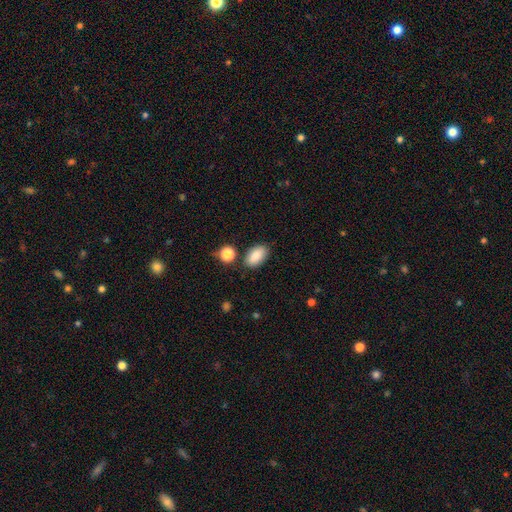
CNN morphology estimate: smooth_or_featured: smooth (p=0.85) [alt: star or artifact p=0.08]
how_rounded: in between (p=0.92) [alt: round p=0.06]
merging: none (p=0.80) [alt: minor disturbance p=0.12]